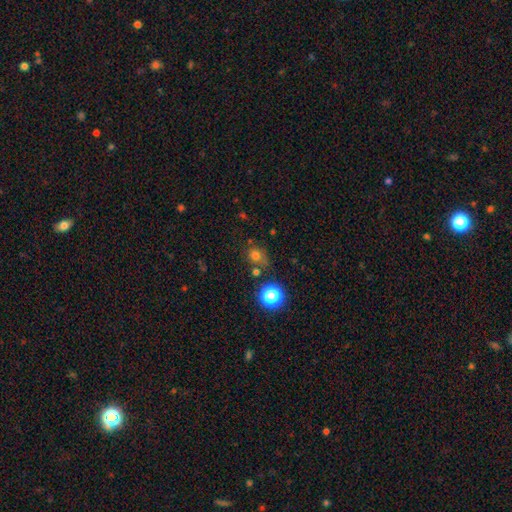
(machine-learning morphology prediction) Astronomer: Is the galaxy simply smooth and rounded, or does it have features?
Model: smooth — 70%.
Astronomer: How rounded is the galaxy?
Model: round — 79%.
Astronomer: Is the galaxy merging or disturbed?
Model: none — 63%.